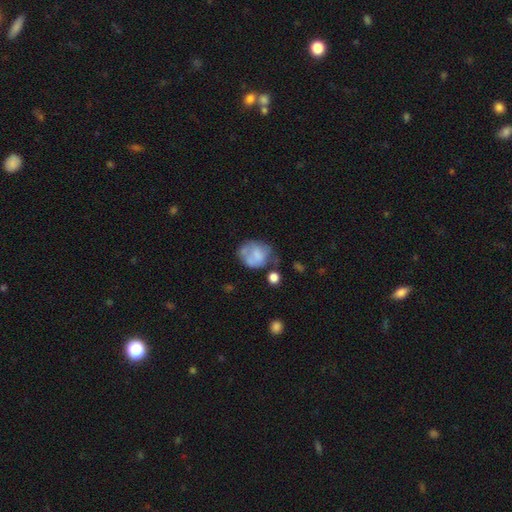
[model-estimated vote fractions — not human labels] Overall: smooth (62%; featured or disk 28%). How rounded: round (60%; in between 39%). Merging: none (36%; minor disturbance 29%).